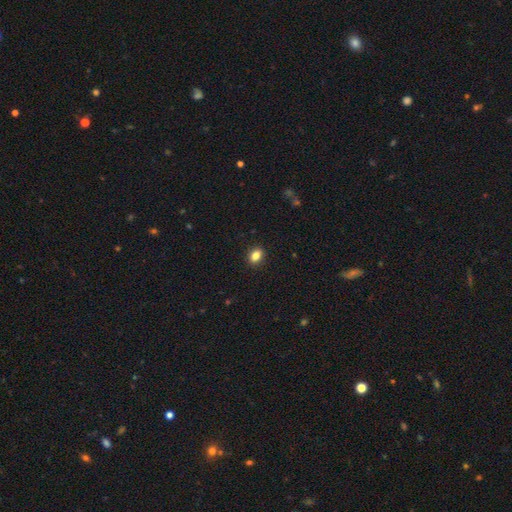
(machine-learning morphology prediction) smooth-or-featured: smooth: 85% | star or artifact: 10% | featured or disk: 5%
  how-rounded: in between: 71% | round: 27% | cigar-shaped: 2%
  merging: none: 90% | minor disturbance: 7% | major disturbance: 2% | merger: 1%